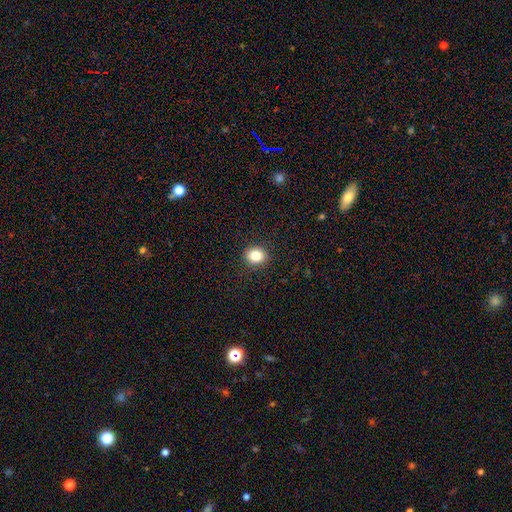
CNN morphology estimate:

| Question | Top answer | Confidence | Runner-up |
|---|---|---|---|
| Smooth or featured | smooth | 84% | star or artifact (10%) |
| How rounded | round | 68% | in between (31%) |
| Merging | none | 90% | minor disturbance (7%) |